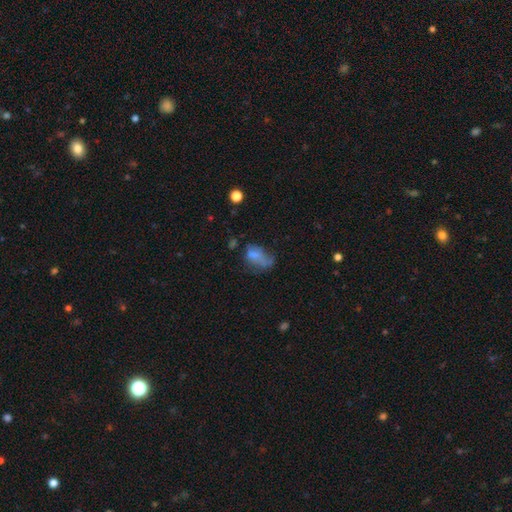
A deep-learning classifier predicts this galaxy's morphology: This is possibly a smooth galaxy (55%). How rounded: clearly in between (83%). Merging: marginally major disturbance (40%).